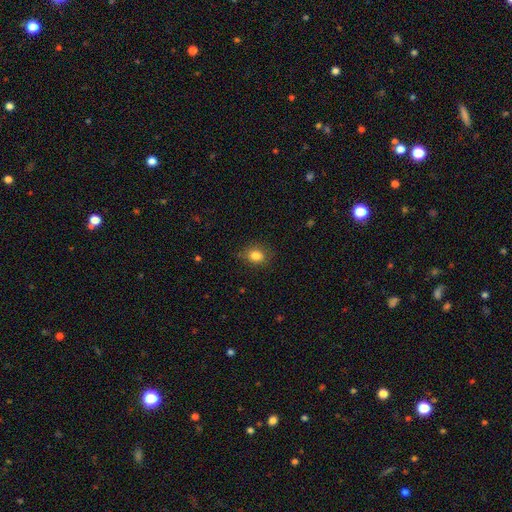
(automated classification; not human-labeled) Smooth or featured? smooth (84%)
How rounded? round (50%)
Merging? none (82%)